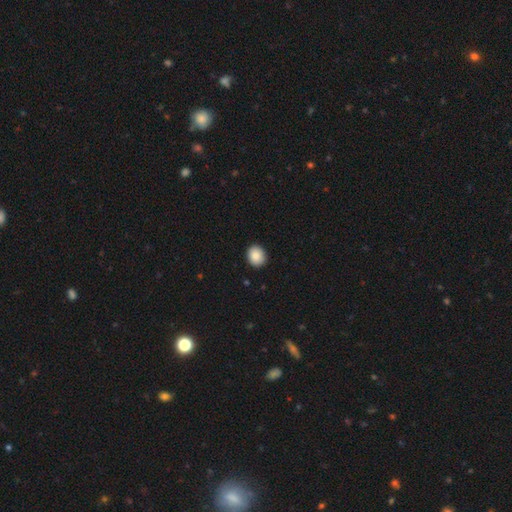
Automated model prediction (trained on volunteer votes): Smooth or featured: smooth — 87% (star or artifact — 8%)
How rounded: round — 76% (in between — 23%)
Merging: none — 91% (minor disturbance — 6%)